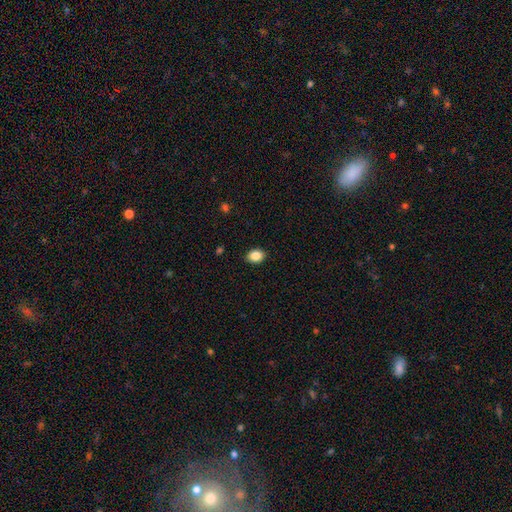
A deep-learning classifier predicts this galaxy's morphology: This appears to be a smooth galaxy with no disk features (86%) that is in between round and cigar-shaped (65%). Merging: none (89%).